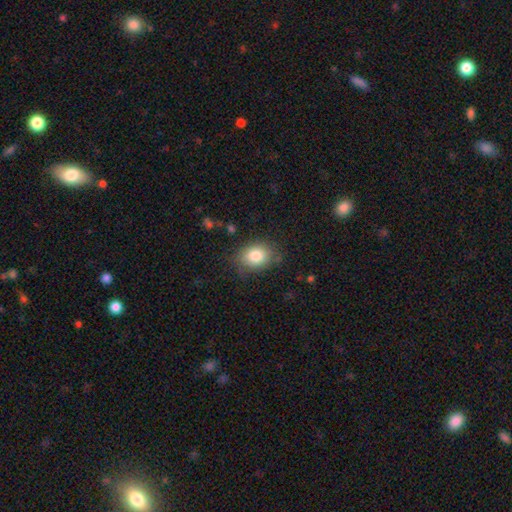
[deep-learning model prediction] Morphology: type=smooth (82%); roundness=in between (62%); merging=none (78%).